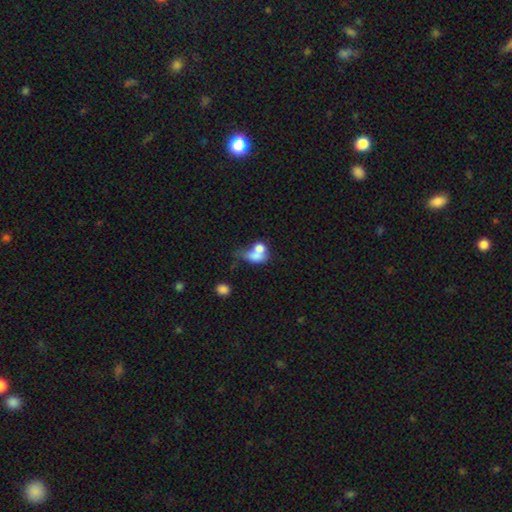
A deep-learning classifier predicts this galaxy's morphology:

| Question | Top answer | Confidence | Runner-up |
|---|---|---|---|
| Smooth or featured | smooth | 69% | featured or disk (21%) |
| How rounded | in between | 62% | round (36%) |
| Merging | merger | 58% | none (16%) |